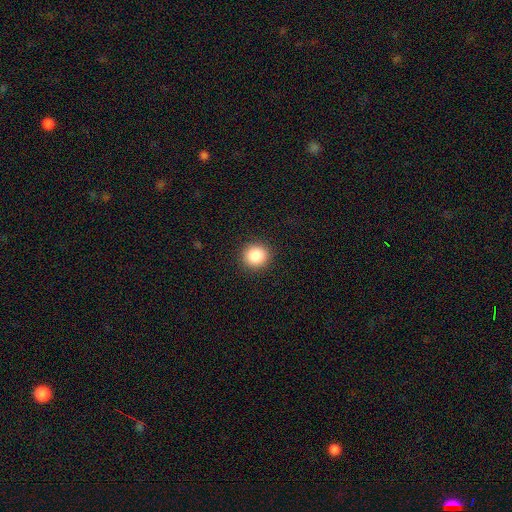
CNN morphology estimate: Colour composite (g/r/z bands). It shows a smooth galaxy with no disk features (87%) that is round (91%). Merging: none (92%).